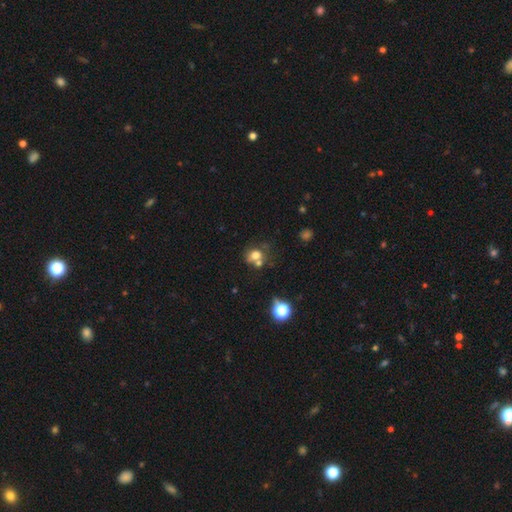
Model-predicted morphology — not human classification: Smooth or featured?
  - smooth: 69% *
  - featured or disk: 16%
  - star or artifact: 15%
How rounded?
  - round: 67% *
  - in between: 32%
  - cigar-shaped: 1%
Merging?
  - none: 43% *
  - merger: 36%
  - minor disturbance: 14%
  - major disturbance: 7%